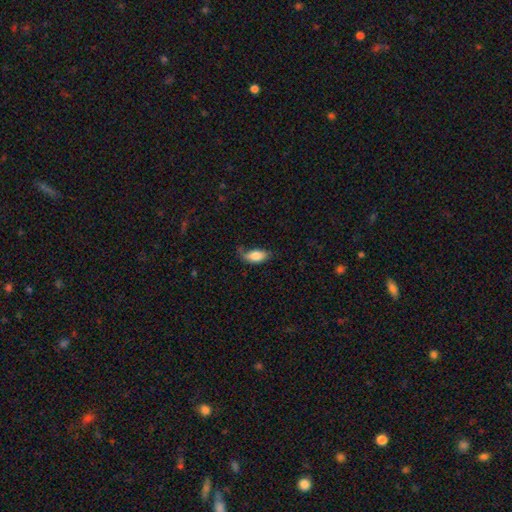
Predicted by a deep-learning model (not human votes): The model was most divided on "merging": none: 50%, minor disturbance: 32%, major disturbance: 15%, merger: 3%. More confident: how rounded — in between (89%); smooth or featured — smooth (80%).